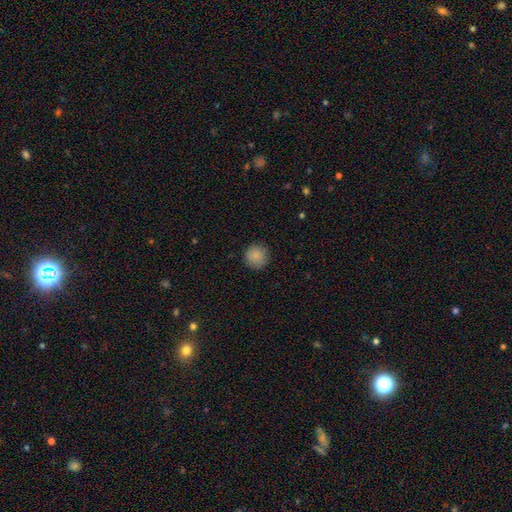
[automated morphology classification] Smooth or featured? Predicted: smooth (p=0.87). How rounded? Predicted: round (p=0.94). Merging? Predicted: none (p=0.90).